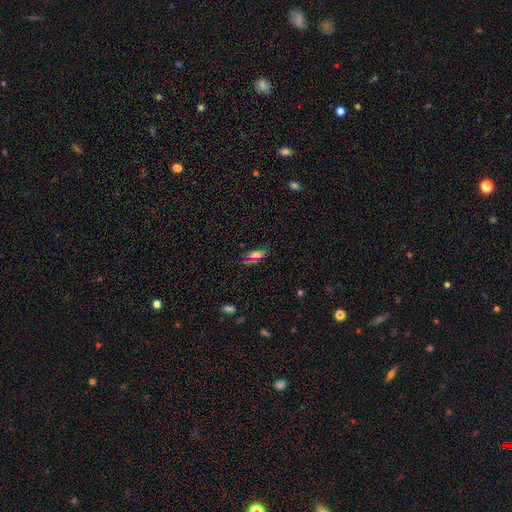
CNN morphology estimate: A smooth galaxy with no disk features (60%) that is in between round and cigar-shaped (83%). Merging: none (79%).